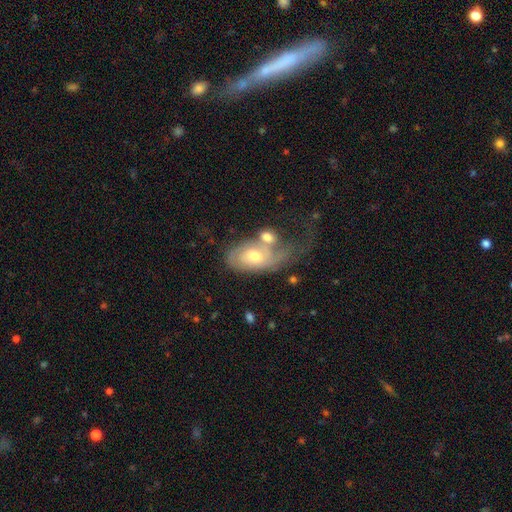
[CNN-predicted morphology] Overall: featured or disk (55%; smooth 38%). Edge-on disk: no (93%). Bar: no (74%). Spiral arms: yes (61%; no 39%). Bulge size: moderate (67%). Merging: merger (37%; major disturbance 30%).